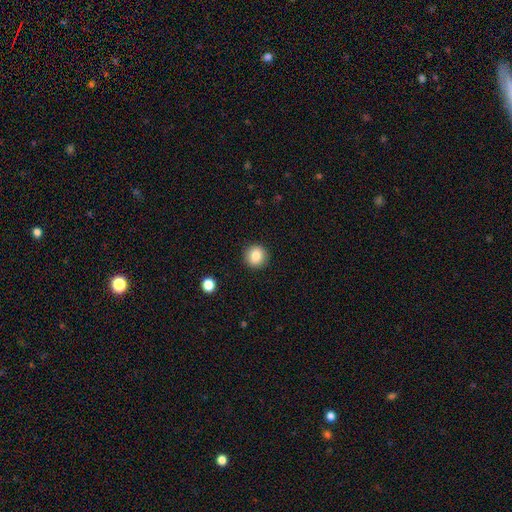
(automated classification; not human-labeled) Smooth or featured?
  - smooth: 83% *
  - star or artifact: 10%
  - featured or disk: 7%
How rounded?
  - round: 94% *
  - in between: 5%
  - cigar-shaped: 1%
Merging?
  - none: 91% *
  - minor disturbance: 6%
  - major disturbance: 2%
  - merger: 1%